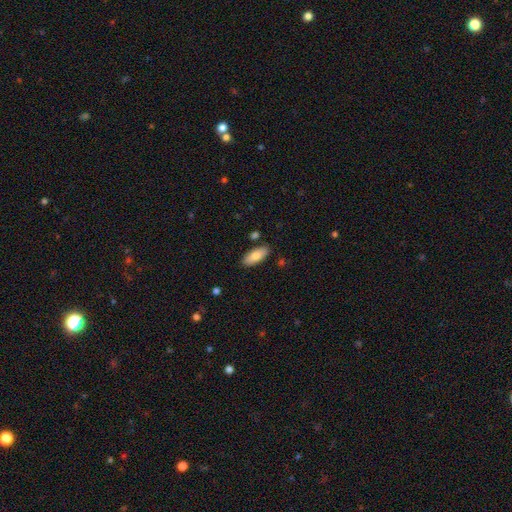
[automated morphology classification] This appears to be a smooth galaxy with no disk features (80%) that is in between round and cigar-shaped (85%). Merging: none (85%).